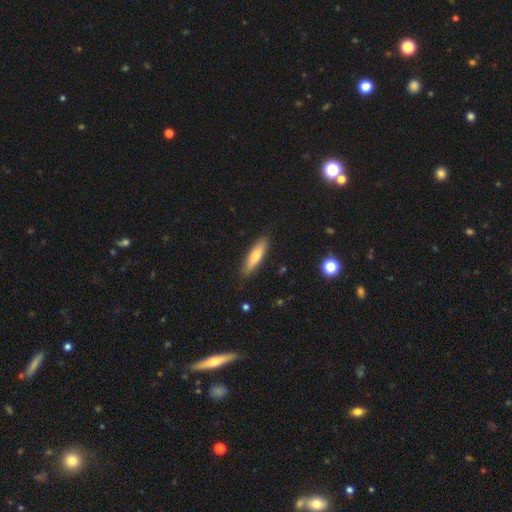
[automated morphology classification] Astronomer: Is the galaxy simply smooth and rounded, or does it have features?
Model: smooth — 68%.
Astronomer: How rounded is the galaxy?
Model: cigar-shaped — 71%.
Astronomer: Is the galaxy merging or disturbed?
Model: none — 88%.